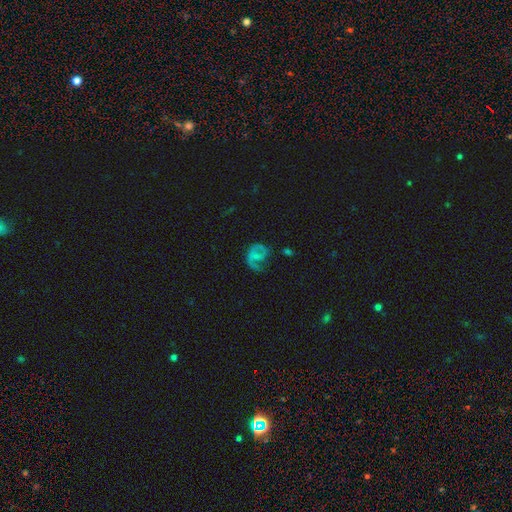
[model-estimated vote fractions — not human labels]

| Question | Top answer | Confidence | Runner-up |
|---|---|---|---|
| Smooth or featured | featured or disk | 62% | smooth (27%) |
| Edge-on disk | no | 98% | yes (2%) |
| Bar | no | 57% | weak (34%) |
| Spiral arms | yes | 79% | no (21%) |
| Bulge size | small | 47% | none (34%) |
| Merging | none | 39% | major disturbance (34%) |